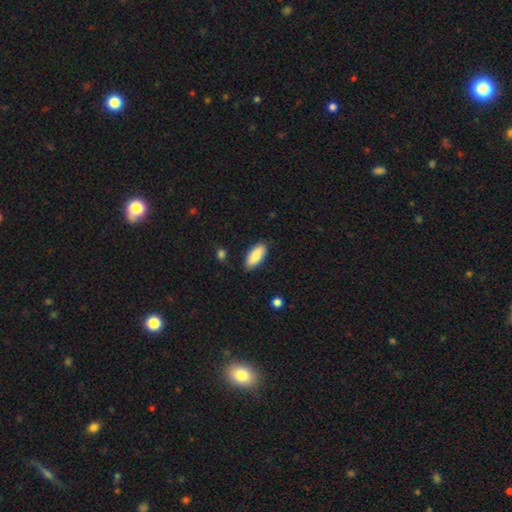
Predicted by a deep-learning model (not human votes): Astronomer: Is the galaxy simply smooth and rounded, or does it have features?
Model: smooth — 84%.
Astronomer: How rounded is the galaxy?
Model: in between — 85%.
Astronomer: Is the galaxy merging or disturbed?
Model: none — 84%.